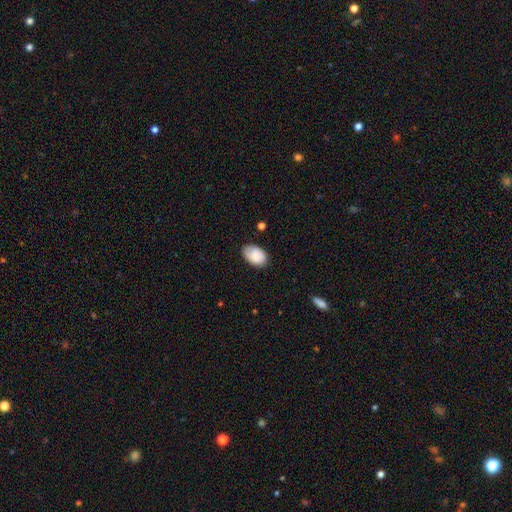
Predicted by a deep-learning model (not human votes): Smooth or featured: smooth — 85% (featured or disk — 9%)
How rounded: in between — 90% (round — 9%)
Merging: none — 76% (minor disturbance — 20%)